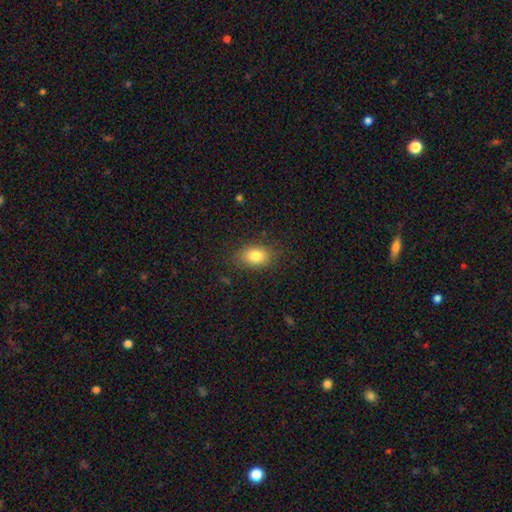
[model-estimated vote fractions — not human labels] smooth_or_featured: smooth (p=0.81) [alt: star or artifact p=0.09]
how_rounded: in between (p=0.78) [alt: round p=0.21]
merging: none (p=0.82) [alt: minor disturbance p=0.13]